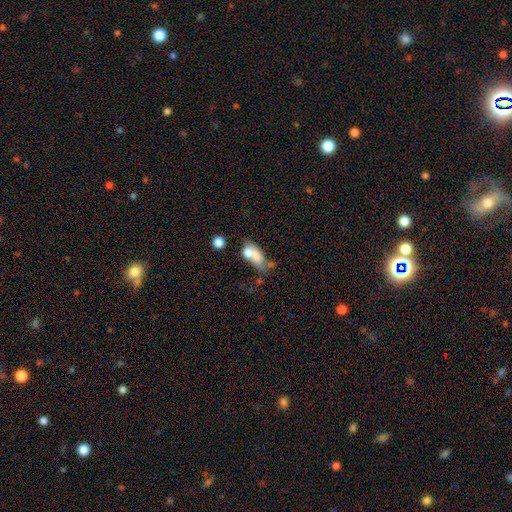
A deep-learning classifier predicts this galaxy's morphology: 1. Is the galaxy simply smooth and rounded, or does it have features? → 66% smooth, 24% featured or disk, 10% star or artifact.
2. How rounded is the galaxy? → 76% in between, 14% round, 9% cigar-shaped.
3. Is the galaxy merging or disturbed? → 44% merger, 27% none, 16% minor disturbance, 13% major disturbance.